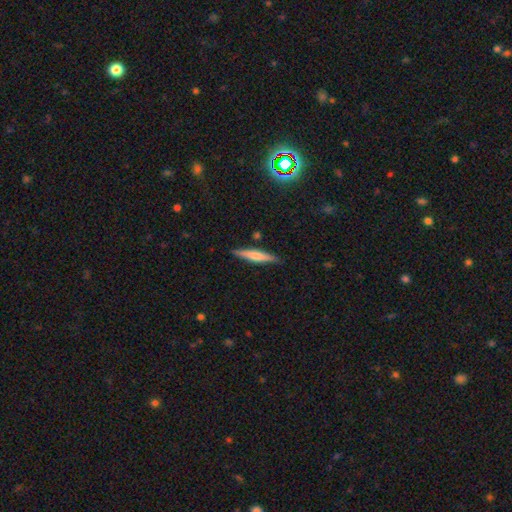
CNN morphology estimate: Smooth or featured?
  - smooth: 60% *
  - featured or disk: 34%
  - star or artifact: 6%
How rounded?
  - cigar-shaped: 90% *
  - in between: 9%
  - round: 1%
Merging?
  - none: 86% *
  - minor disturbance: 10%
  - merger: 2%
  - major disturbance: 2%